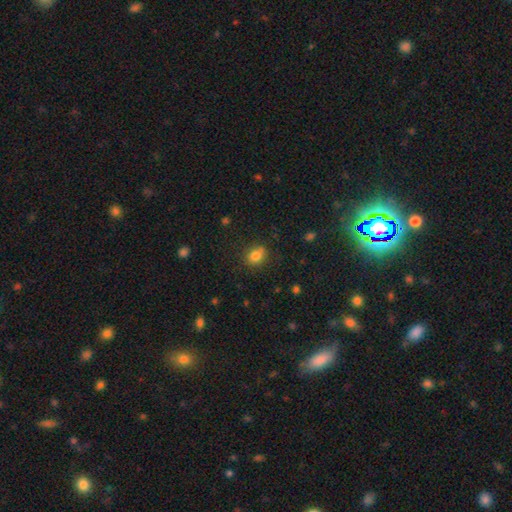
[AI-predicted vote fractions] A smooth galaxy with no disk features (81%) that is round (67%).

Vote fractions:
- Smooth or featured? smooth: 81% / star or artifact: 12% / featured or disk: 7%
- How rounded? round: 67% / in between: 32% / cigar-shaped: 1%
- Merging? none: 72% / minor disturbance: 17% / merger: 7% / major disturbance: 4%